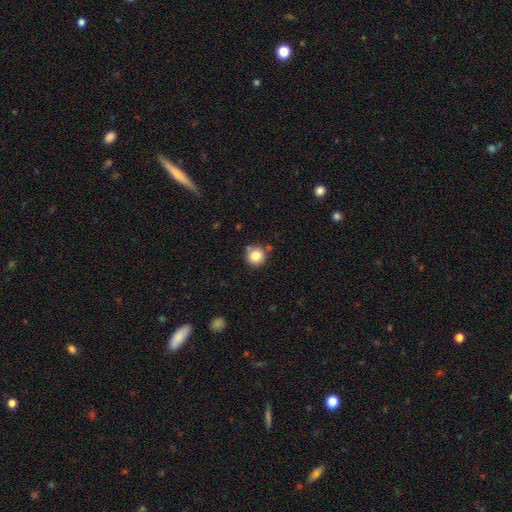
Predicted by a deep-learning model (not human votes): A smooth galaxy with no disk features (83%) that is round (93%). Merging: none (79%).